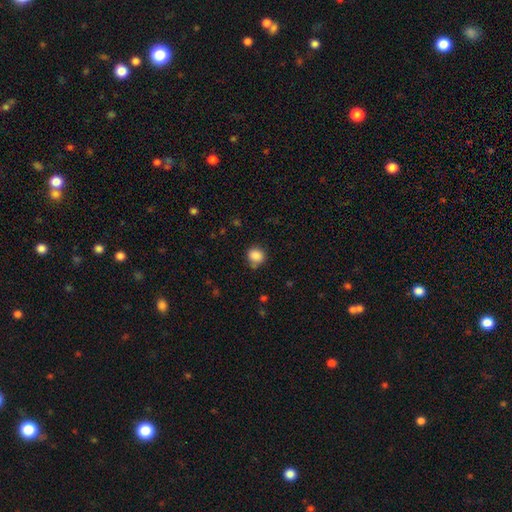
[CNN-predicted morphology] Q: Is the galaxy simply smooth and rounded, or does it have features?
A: smooth — 87%.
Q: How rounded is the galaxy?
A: round — 79%.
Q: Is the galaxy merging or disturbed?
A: none — 71%.